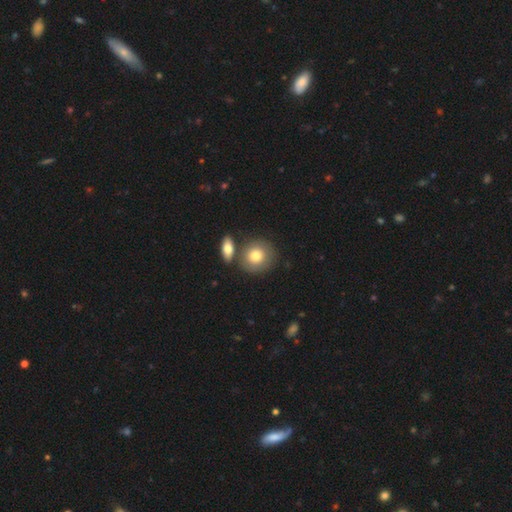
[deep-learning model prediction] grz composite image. It shows a smooth galaxy with no disk features (77%) that is round (80%). Merging: none (69%).